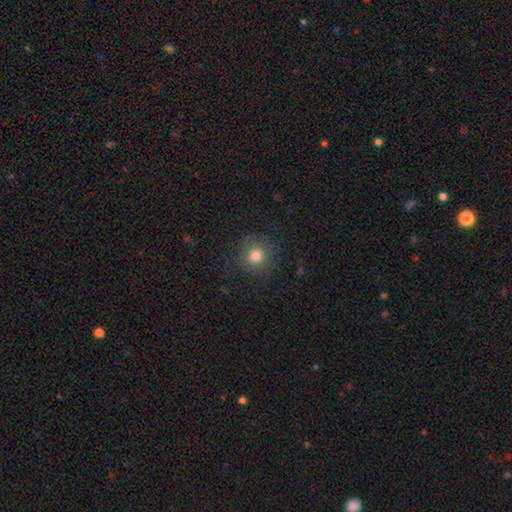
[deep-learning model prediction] Smooth or featured? smooth (78%)
How rounded? round (93%)
Merging? none (83%)